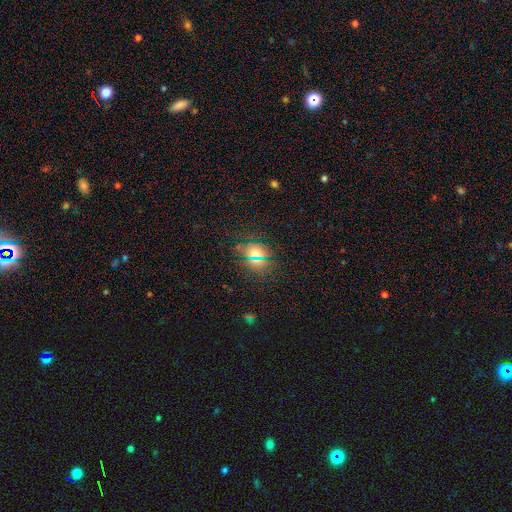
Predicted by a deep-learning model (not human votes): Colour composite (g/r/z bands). It shows a smooth galaxy with no disk features (60%) that is round (58%). Merging: none (81%).